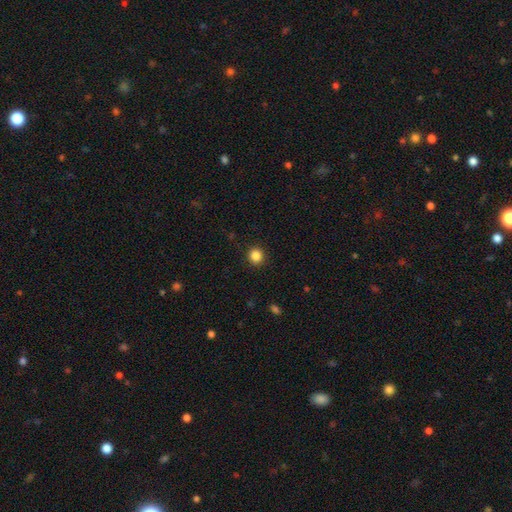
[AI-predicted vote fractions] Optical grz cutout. It shows a smooth galaxy with no disk features (86%) that is round (93%). Merging: none (92%).